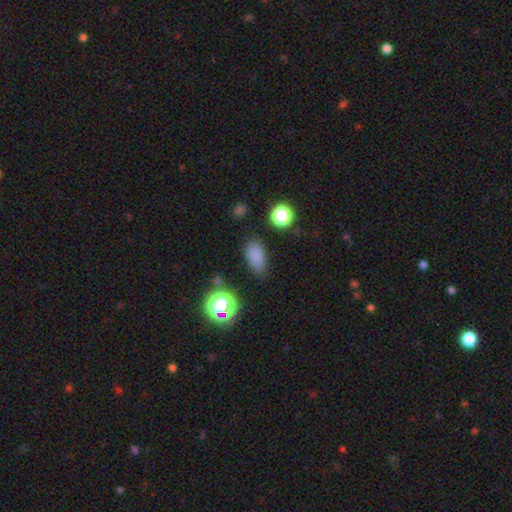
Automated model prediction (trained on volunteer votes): smooth-or-featured: smooth: 78% | star or artifact: 16% | featured or disk: 6%
  how-rounded: in between: 86% | round: 10% | cigar-shaped: 4%
  merging: none: 74% | minor disturbance: 18% | major disturbance: 5% | merger: 2%